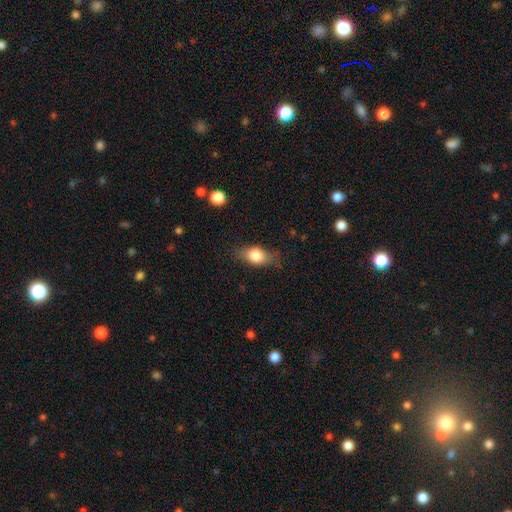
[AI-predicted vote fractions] Morphology: type=smooth (73%); roundness=in between (77%); merging=none (72%).